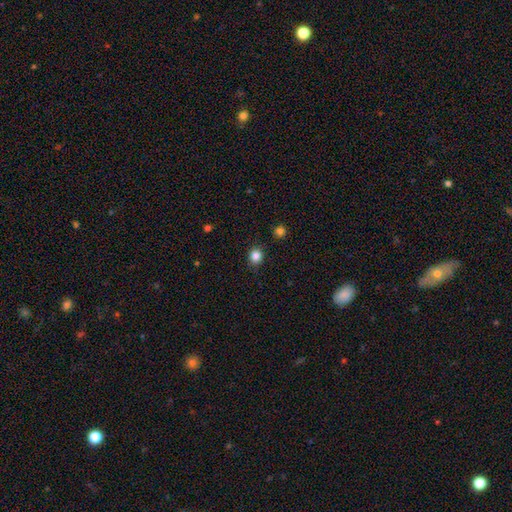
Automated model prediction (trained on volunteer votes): Overall: smooth (85%). How rounded: round (79%). Merging: none (89%).